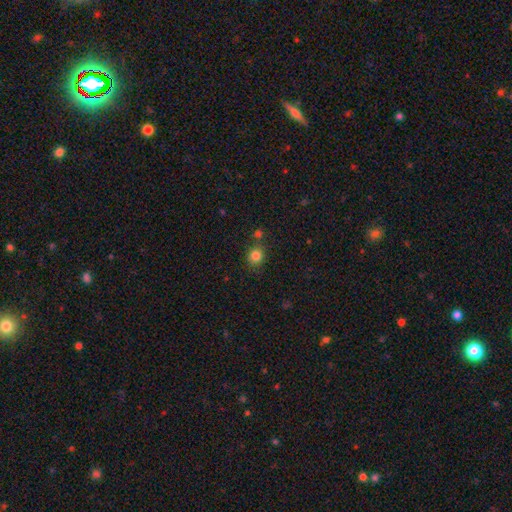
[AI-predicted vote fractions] smooth 83%, star or artifact 12%, featured or disk 5%. Down the decision tree: how rounded — round (85%); merging — none (77%).